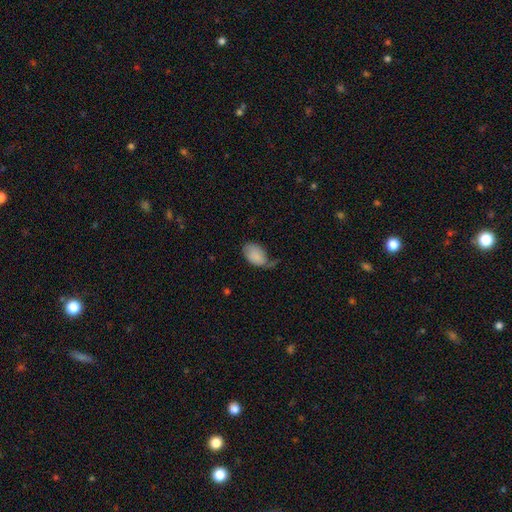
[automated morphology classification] Smooth or featured: smooth — 83% (featured or disk — 10%)
How rounded: in between — 90% (round — 9%)
Merging: minor disturbance — 35% (none — 34%)